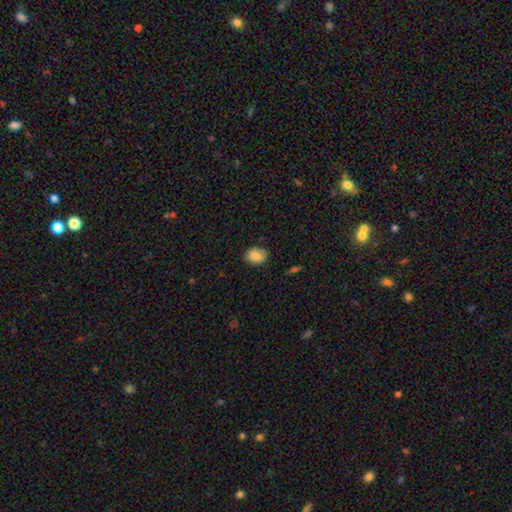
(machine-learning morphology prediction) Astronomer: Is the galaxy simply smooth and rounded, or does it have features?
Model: smooth — 85%.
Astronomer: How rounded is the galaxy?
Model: in between — 59% (runner-up: round, 40%).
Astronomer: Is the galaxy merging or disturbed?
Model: none — 83%.